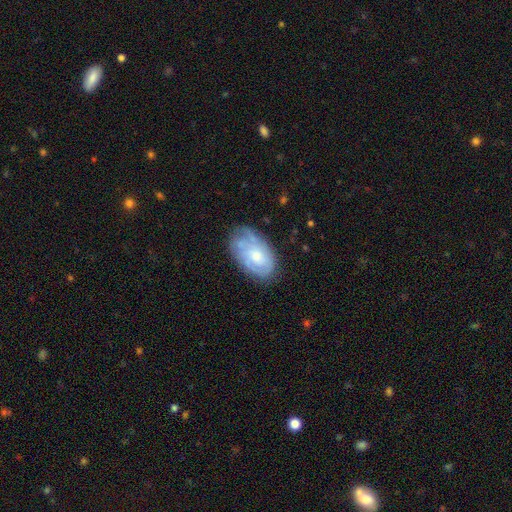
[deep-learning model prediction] The model was most divided on "bulge size": small: 47%, moderate: 45%, large: 4%, none: 4%, dominant: 1%. More confident: edge-on disk — no (95%); bar — no (77%); spiral arms — yes (68%); merging — none (58%); smooth or featured — featured or disk (55%).